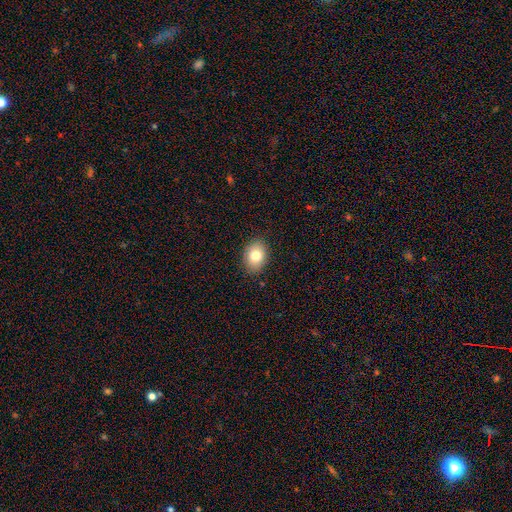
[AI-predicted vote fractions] A smooth galaxy with no disk features (80%) that is in between round and cigar-shaped (73%). Merging: none (87%).